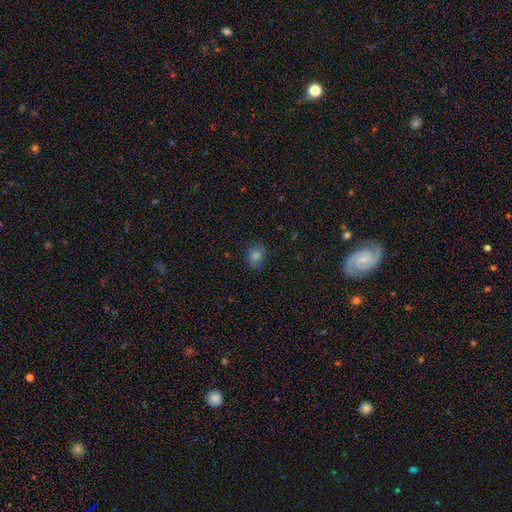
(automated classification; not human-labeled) Overall: smooth (67%). How rounded: round (51%; in between 48%). Merging: none (81%).